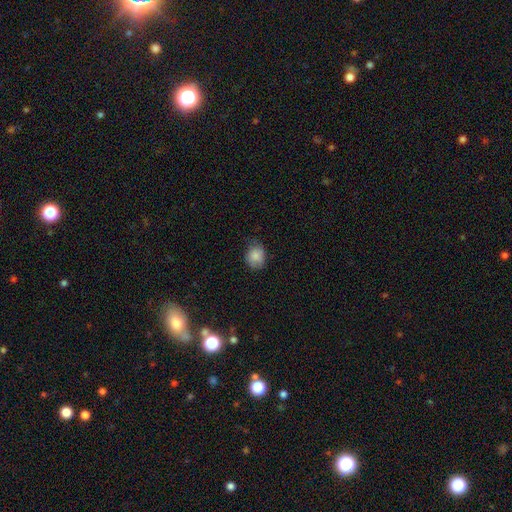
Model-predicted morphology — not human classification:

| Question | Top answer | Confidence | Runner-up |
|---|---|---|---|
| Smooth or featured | smooth | 85% | star or artifact (8%) |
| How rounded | round | 57% | in between (42%) |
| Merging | none | 65% | minor disturbance (28%) |